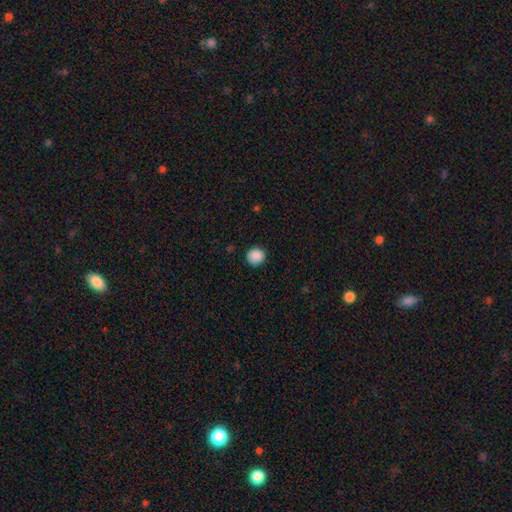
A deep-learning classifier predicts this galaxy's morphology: smooth-or-featured: smooth: 88% | star or artifact: 9% | featured or disk: 3%
  how-rounded: round: 90% | in between: 9% | cigar-shaped: 1%
  merging: none: 88% | minor disturbance: 9% | major disturbance: 2% | merger: 1%